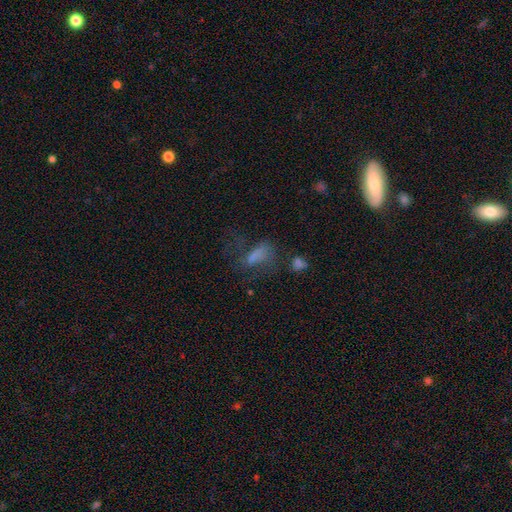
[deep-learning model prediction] Smooth or featured: smooth — 53% (star or artifact — 24%)
How rounded: in between — 66% (cigar-shaped — 24%)
Merging: none — 41% (major disturbance — 31%)